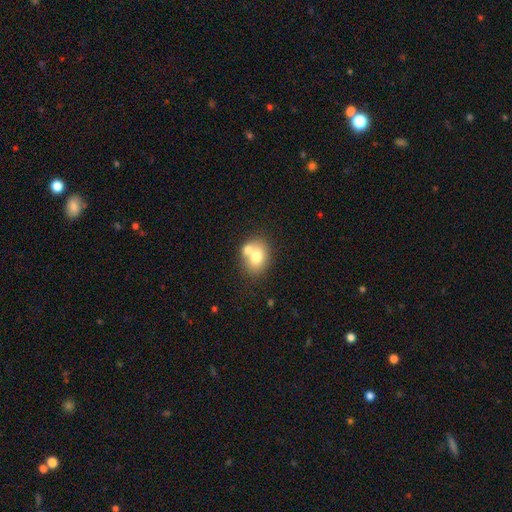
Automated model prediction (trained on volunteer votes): Smooth or featured? smooth (71%)
How rounded? in between (53%)
Merging? none (44%)